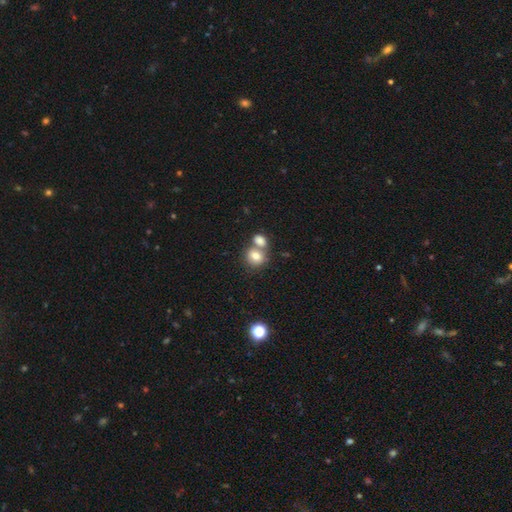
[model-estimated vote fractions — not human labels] A smooth galaxy with no disk features (79%) that is round (62%).

Vote fractions:
- Smooth or featured? smooth: 79% / featured or disk: 12% / star or artifact: 10%
- How rounded? round: 62% / in between: 37% / cigar-shaped: 1%
- Merging? merger: 47% / none: 41% / minor disturbance: 8% / major disturbance: 3%